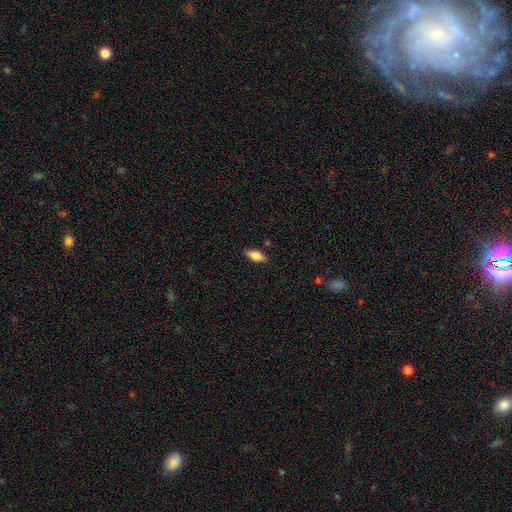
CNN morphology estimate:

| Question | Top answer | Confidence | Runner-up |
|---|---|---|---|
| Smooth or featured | smooth | 75% | featured or disk (18%) |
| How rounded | in between | 83% | cigar-shaped (14%) |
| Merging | none | 86% | minor disturbance (10%) |